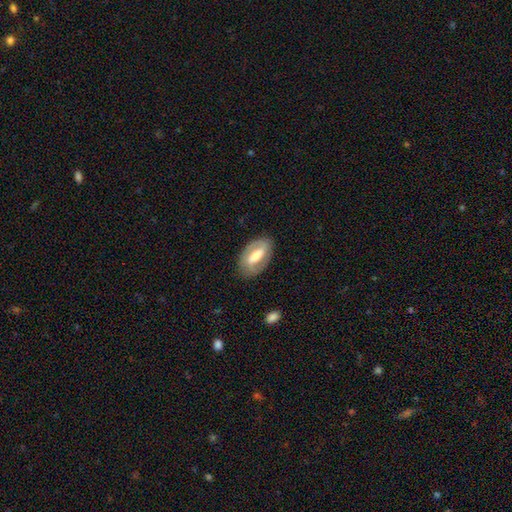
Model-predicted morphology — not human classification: smooth_or_featured: featured or disk (p=0.61) [alt: smooth p=0.33]
disk_edge_on: no (p=0.91) [alt: yes p=0.09]
bar: strong (p=0.53) [alt: weak p=0.32]
has_spiral_arms: yes (p=0.57) [alt: no p=0.43]
bulge_size: moderate (p=0.55) [alt: small p=0.20]
merging: none (p=0.82) [alt: minor disturbance p=0.12]